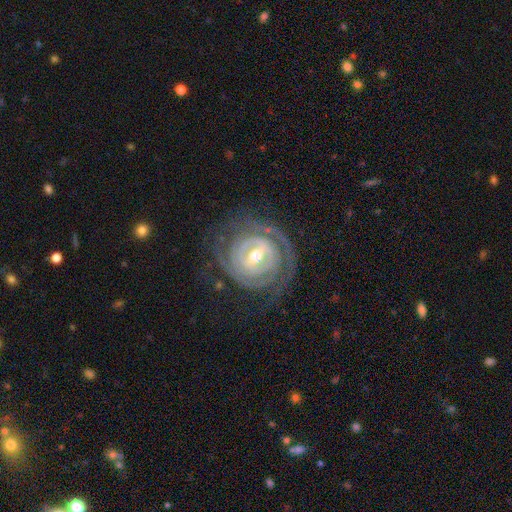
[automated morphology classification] smooth-or-featured: featured or disk: 88% | smooth: 7% | star or artifact: 5%
  disk-edge-on: no: 96% | yes: 4%
    bar: strong: 46% | weak: 41% | no: 13%
    has-spiral-arms: yes: 93% | no: 7%
      spiral-winding: tight: 81% | medium: 15% | loose: 4%
      spiral-arm-count: 2: 37% | can't tell: 30% | 3: 14% | 4: 7% | 1: 7% | more than 4: 5%
    bulge-size: moderate: 65% | small: 28% | large: 5% | none: 1% | dominant: 1%
  merging: none: 75% | minor disturbance: 14% | major disturbance: 9% | merger: 1%